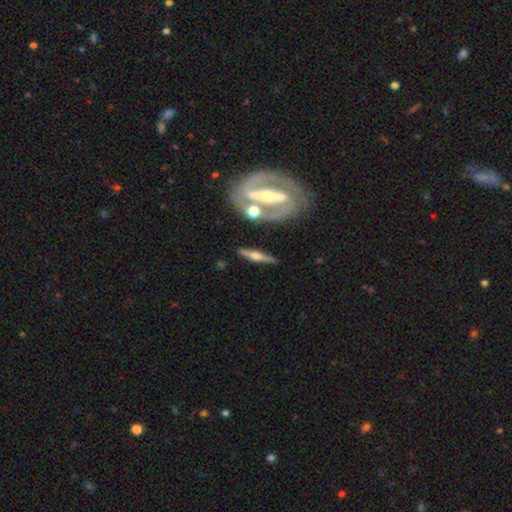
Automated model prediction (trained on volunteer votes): A featured or disk galaxy (73%) viewed edge-on (89%) with a rounded central bulge (92%).

Vote fractions:
- Smooth or featured? featured or disk: 73% / smooth: 22% / star or artifact: 6%
- Edge-on disk? yes: 89% / no: 11%
- Edge-on bulge? rounded: 92% / boxy: 5% / none: 3%
- Merging? none: 79% / minor disturbance: 10% / merger: 8% / major disturbance: 3%